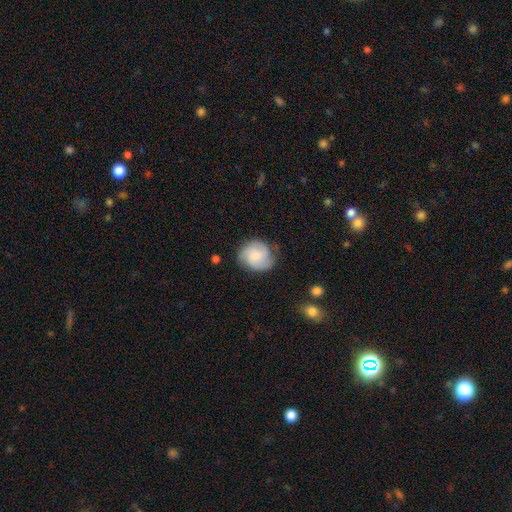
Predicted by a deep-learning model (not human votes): smooth 54%, featured or disk 39%, star or artifact 7%. Down the decision tree: how rounded — round (78%); merging — none (71%).